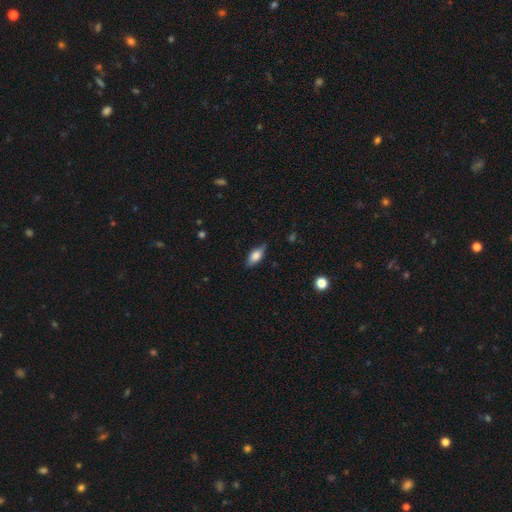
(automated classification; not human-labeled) This appears to be a smooth galaxy with no disk features (70%) that is in between round and cigar-shaped (81%). Merging: none (82%).